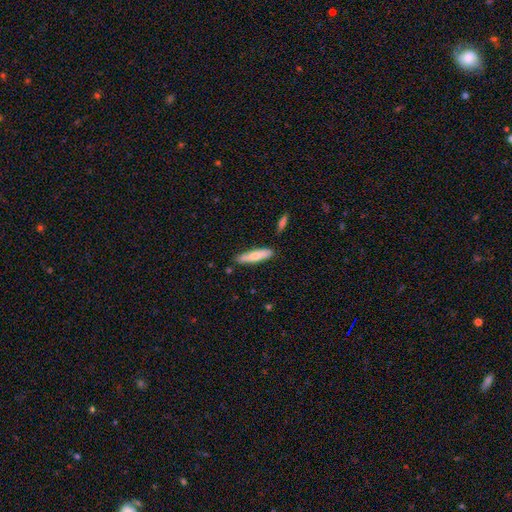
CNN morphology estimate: Smooth or featured: smooth — 73% (featured or disk — 22%)
How rounded: cigar-shaped — 77% (in between — 21%)
Merging: none — 83% (minor disturbance — 12%)